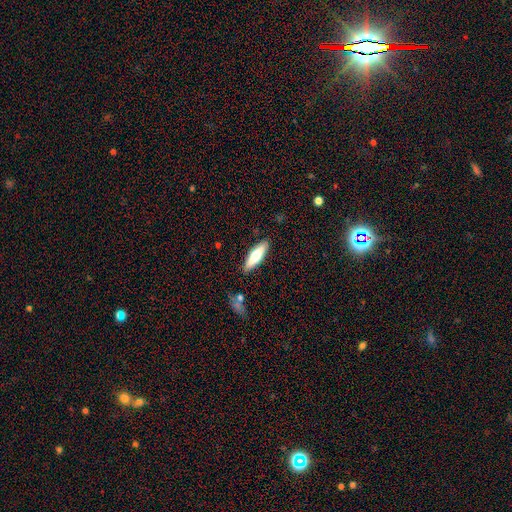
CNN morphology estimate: Smooth or featured? Predicted: smooth (p=0.65). How rounded? Predicted: cigar-shaped (p=0.56). Merging? Predicted: none (p=0.87).